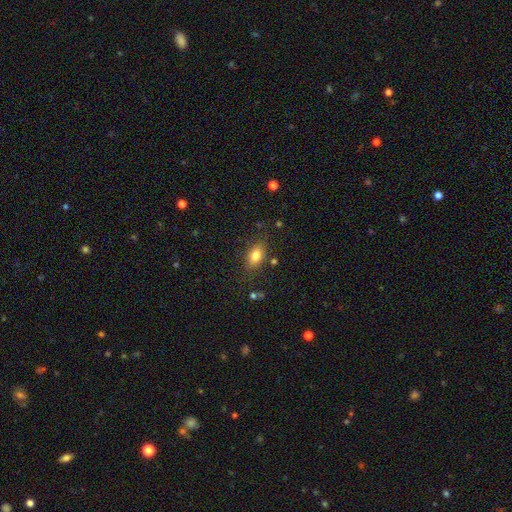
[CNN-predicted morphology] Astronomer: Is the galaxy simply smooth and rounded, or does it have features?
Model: smooth — 77%.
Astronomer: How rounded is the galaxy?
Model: in between — 82%.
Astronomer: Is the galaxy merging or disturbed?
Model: none — 80%.